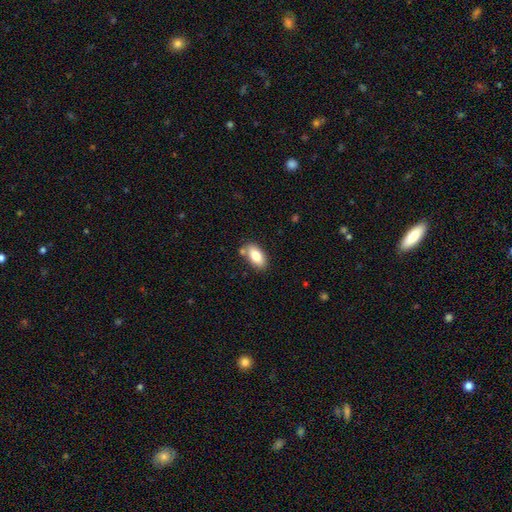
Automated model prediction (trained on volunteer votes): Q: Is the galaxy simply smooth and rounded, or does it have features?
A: smooth — 80%.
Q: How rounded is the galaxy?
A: in between — 92%.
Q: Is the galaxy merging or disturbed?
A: none — 75%.